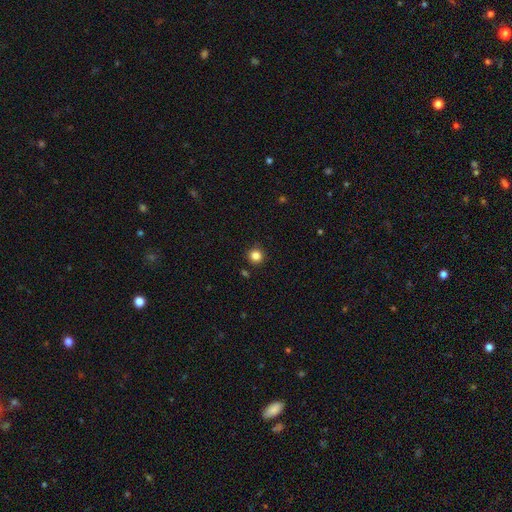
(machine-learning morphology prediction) Overall: smooth (84%). How rounded: round (95%). Merging: none (90%).